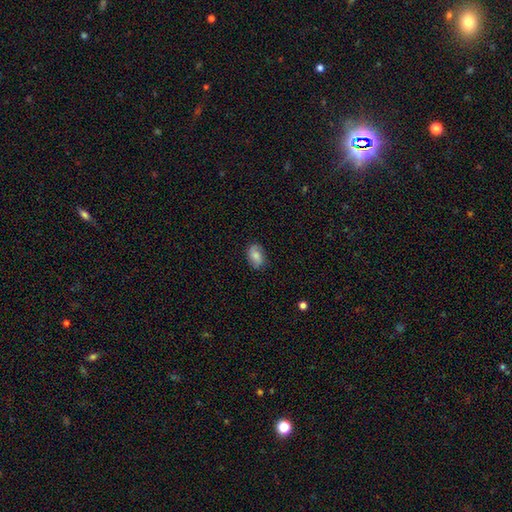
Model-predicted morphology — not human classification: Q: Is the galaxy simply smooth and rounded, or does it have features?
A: smooth — 77%.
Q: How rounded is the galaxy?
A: in between — 86%.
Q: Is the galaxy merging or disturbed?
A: none — 83%.